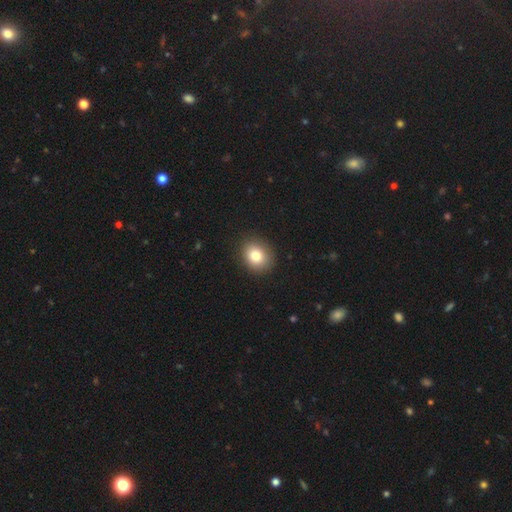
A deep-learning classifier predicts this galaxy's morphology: Smooth or featured: smooth — 82% (star or artifact — 10%)
How rounded: round — 64% (in between — 35%)
Merging: none — 90% (minor disturbance — 7%)